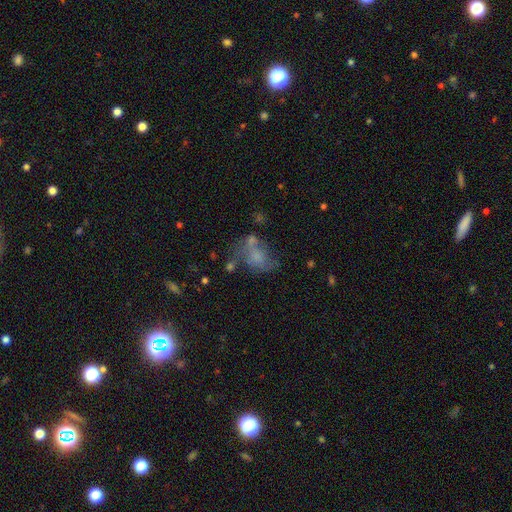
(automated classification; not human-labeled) Overall: smooth (43%; featured or disk 41%). Merging: none (31%; major disturbance 30%).